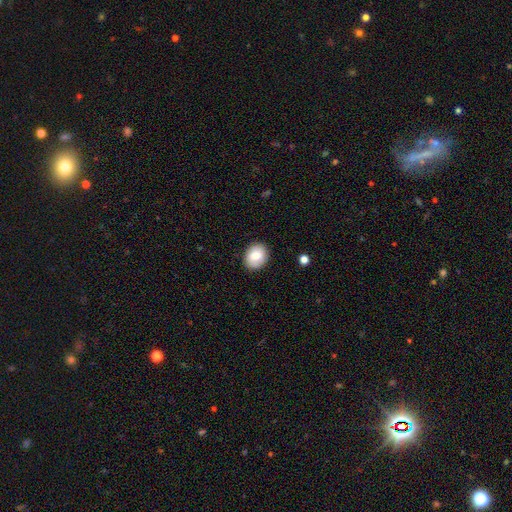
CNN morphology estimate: Overall: smooth (81%). How rounded: in between (52%; round 48%). Merging: none (86%).